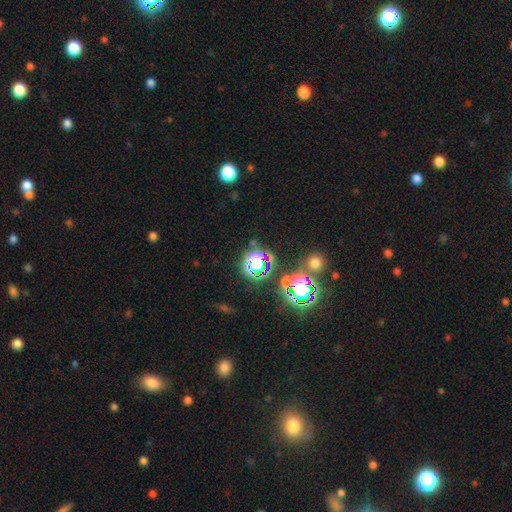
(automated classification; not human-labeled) Q: Smooth or featured?
A: star or artifact (76%); runner-up: smooth (16%)